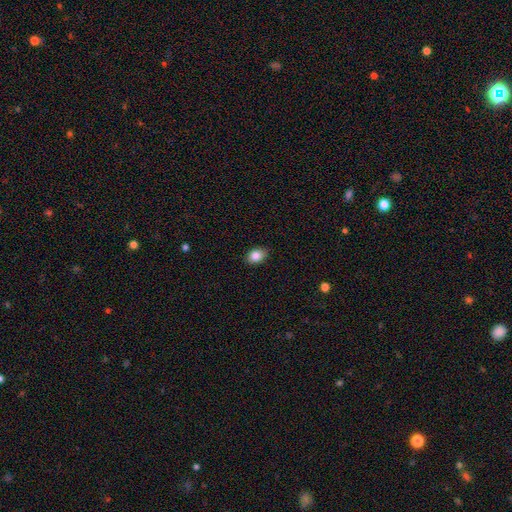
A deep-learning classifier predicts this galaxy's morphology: The model was most divided on "how rounded": in between: 74%, round: 25%, cigar-shaped: 1%. More confident: merging — none (88%); smooth or featured — smooth (86%).